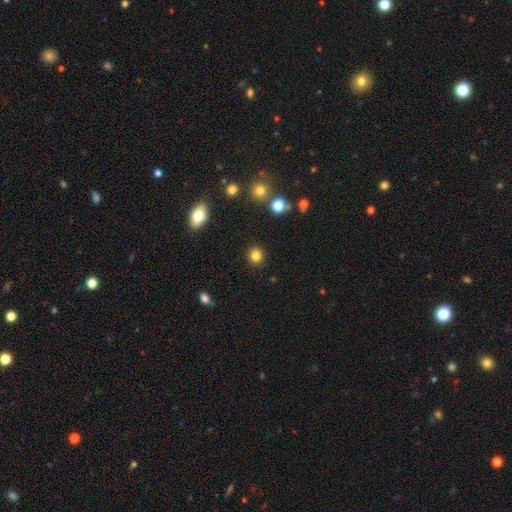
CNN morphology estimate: smooth-or-featured: smooth: 83% | star or artifact: 12% | featured or disk: 5%
  how-rounded: round: 88% | in between: 11% | cigar-shaped: 1%
  merging: none: 91% | minor disturbance: 5% | major disturbance: 2% | merger: 1%